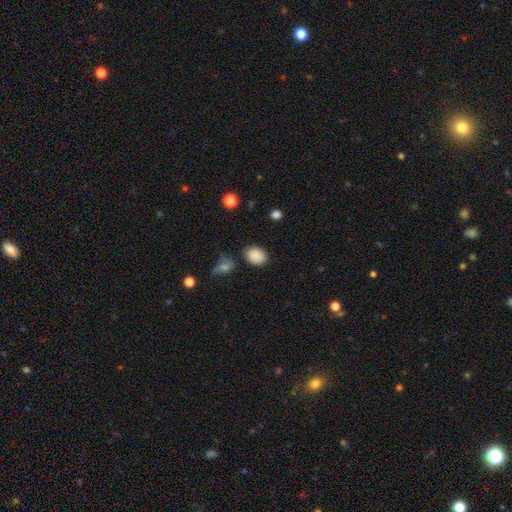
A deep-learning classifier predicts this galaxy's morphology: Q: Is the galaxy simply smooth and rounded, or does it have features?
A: smooth — 87%.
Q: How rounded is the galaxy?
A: in between — 72%.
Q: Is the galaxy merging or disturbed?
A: none — 81%.